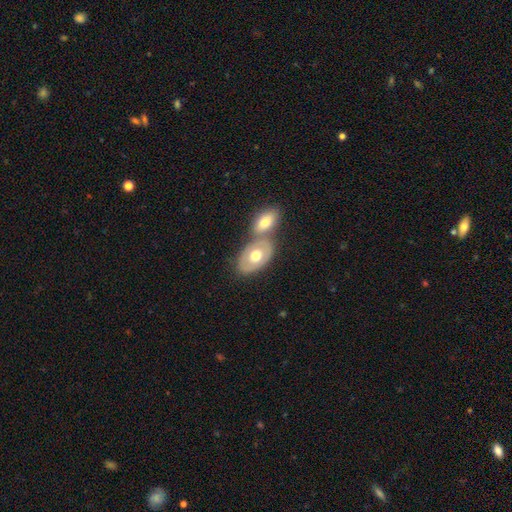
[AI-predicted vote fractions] A smooth galaxy with no disk features (51%) that is in between round and cigar-shaped (89%). Merging: merger (44%).